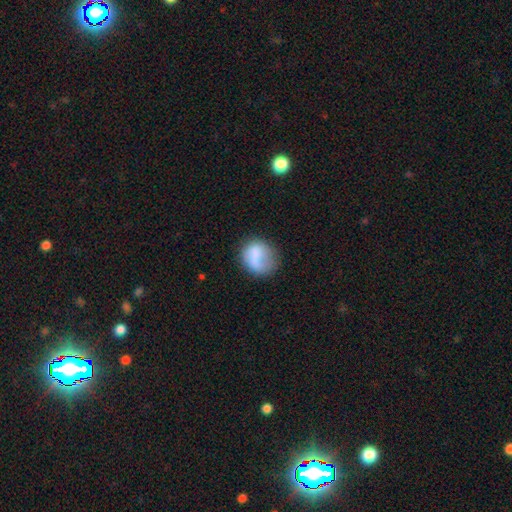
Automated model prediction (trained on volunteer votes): The model was most divided on "merging": none: 52%, minor disturbance: 25%, major disturbance: 19%, merger: 4%. More confident: smooth or featured — smooth (74%); how rounded — round (73%).